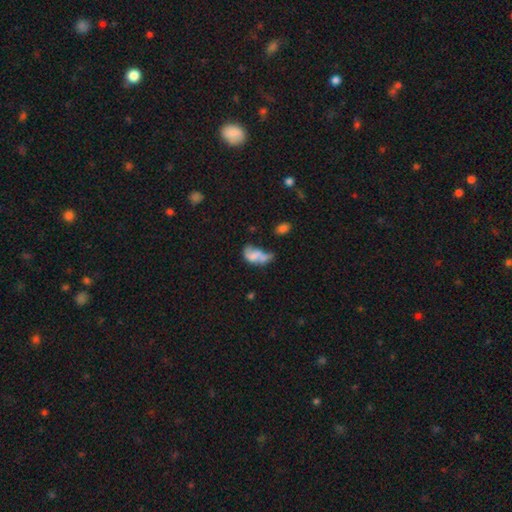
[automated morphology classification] The model was most divided on "merging": merger: 29%, major disturbance: 28%, minor disturbance: 22%, none: 21%. More confident: how rounded — in between (86%); smooth or featured — smooth (55%).